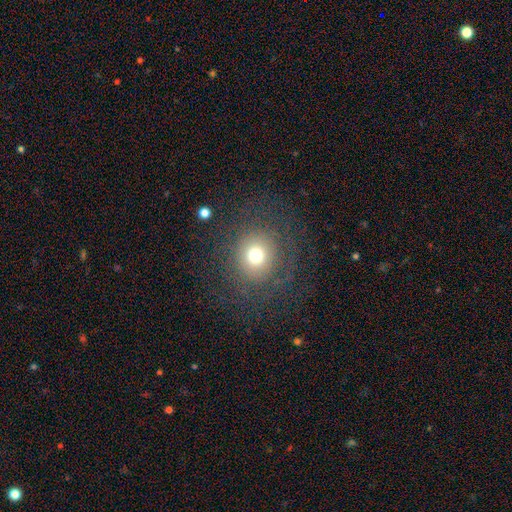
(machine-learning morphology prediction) Q: Smooth or featured?
A: smooth (65%); runner-up: featured or disk (19%)
Q: How rounded?
A: round (89%); runner-up: in between (10%)
Q: Merging?
A: none (78%); runner-up: major disturbance (10%)